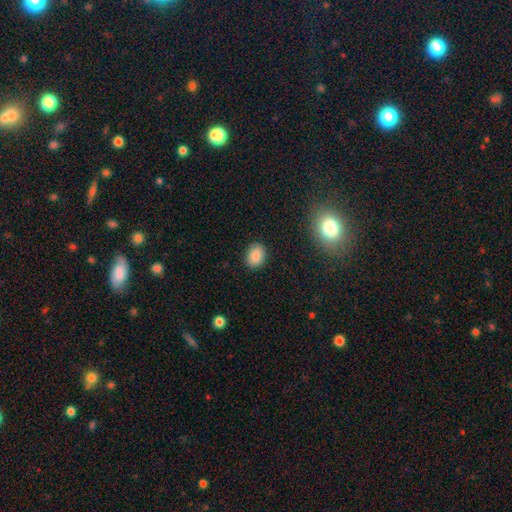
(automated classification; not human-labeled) smooth 86%, star or artifact 9%, featured or disk 5%. Down the decision tree: how rounded — in between (61%); merging — none (88%).